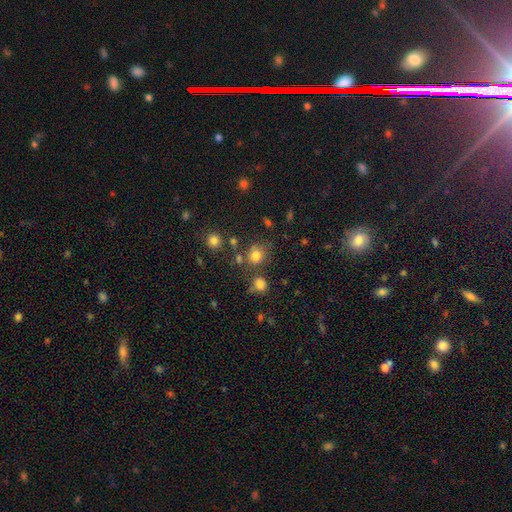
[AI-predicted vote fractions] The model was most divided on "merging": none: 68%, merger: 14%, minor disturbance: 12%, major disturbance: 5%. More confident: how rounded — round (82%); smooth or featured — smooth (77%).